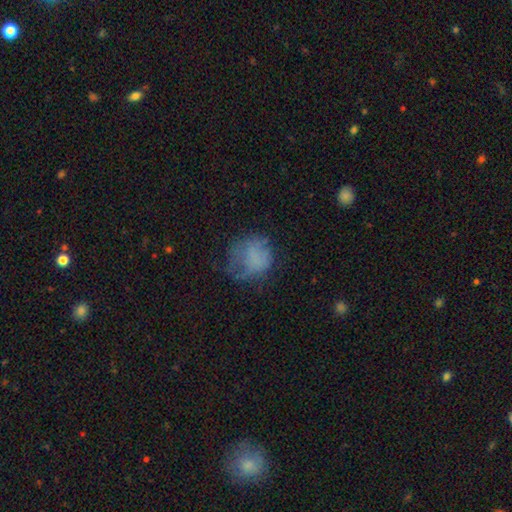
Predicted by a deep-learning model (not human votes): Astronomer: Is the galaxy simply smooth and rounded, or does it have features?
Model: smooth — 62%.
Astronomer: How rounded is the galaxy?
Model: round — 73%.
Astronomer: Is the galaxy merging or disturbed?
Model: none — 46% (runner-up: minor disturbance, 27%).